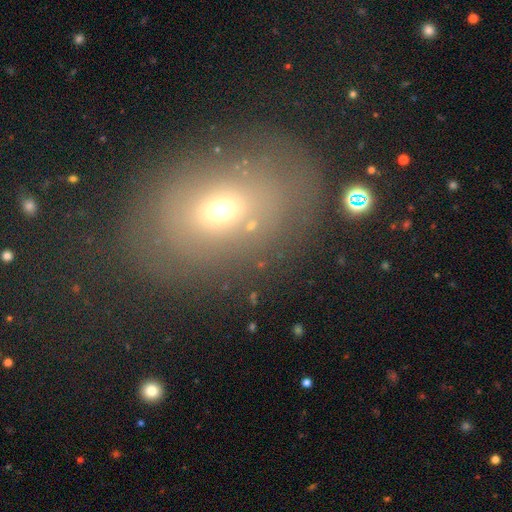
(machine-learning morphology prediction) Smooth or featured?
  - smooth: 54% *
  - featured or disk: 27%
  - star or artifact: 19%
How rounded?
  - in between: 74% *
  - round: 25%
  - cigar-shaped: 2%
Merging?
  - none: 73% *
  - minor disturbance: 15%
  - major disturbance: 9%
  - merger: 3%